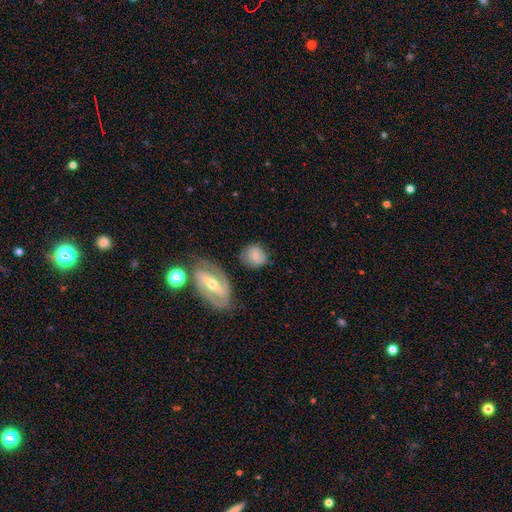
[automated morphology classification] Smooth or featured? smooth (56%)
How rounded? round (68%)
Merging? none (71%)